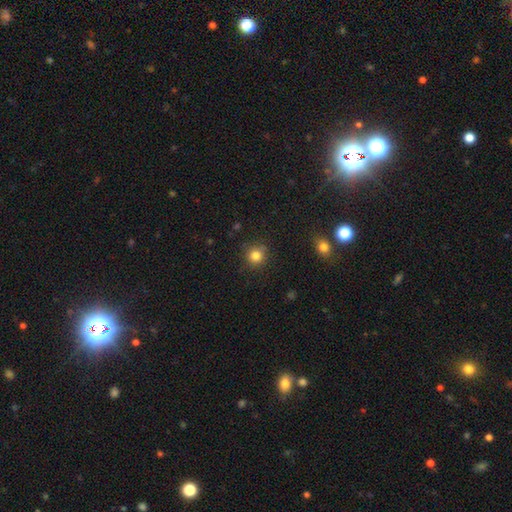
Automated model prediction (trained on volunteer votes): Smooth or featured?
  - smooth: 82% *
  - star or artifact: 12%
  - featured or disk: 5%
How rounded?
  - round: 92% *
  - in between: 7%
  - cigar-shaped: 1%
Merging?
  - none: 84% *
  - minor disturbance: 11%
  - merger: 3%
  - major disturbance: 3%